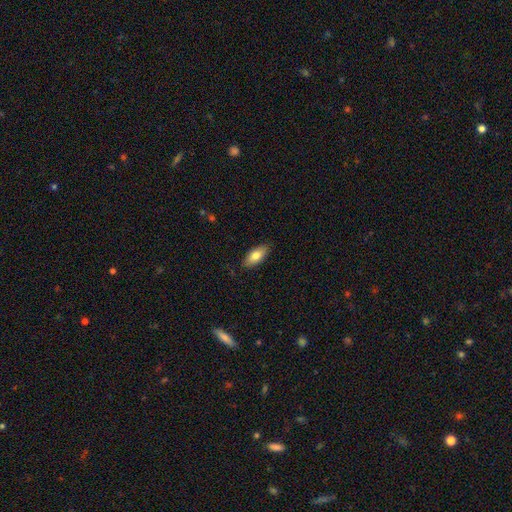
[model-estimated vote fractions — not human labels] smooth 78%, featured or disk 15%, star or artifact 6%. Down the decision tree: how rounded — in between (88%); merging — none (86%).